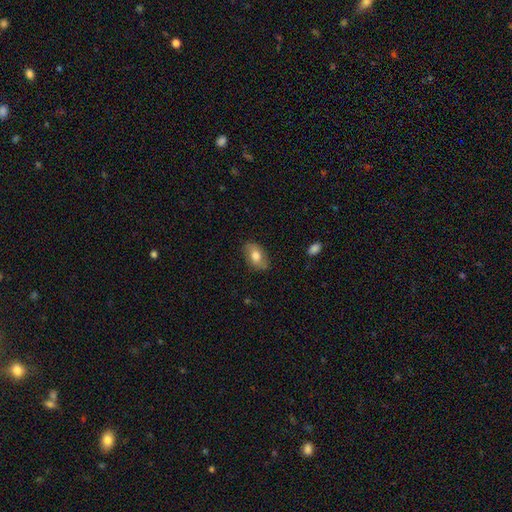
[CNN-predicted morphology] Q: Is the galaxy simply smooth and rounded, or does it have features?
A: smooth — 69%.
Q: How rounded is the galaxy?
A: in between — 89%.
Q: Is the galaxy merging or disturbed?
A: none — 77%.